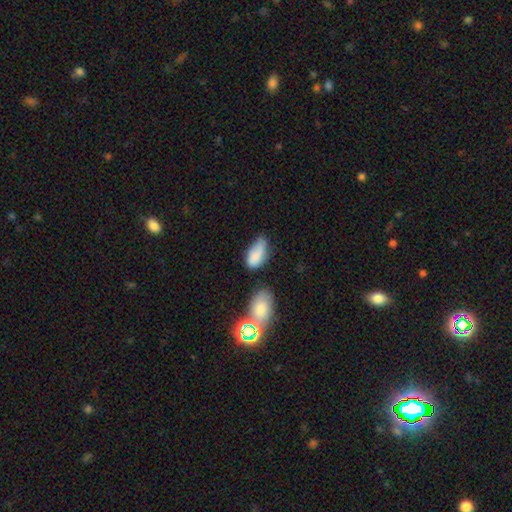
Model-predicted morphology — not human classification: Q: Smooth or featured?
A: smooth (80%); runner-up: featured or disk (11%)
Q: How rounded?
A: in between (92%); runner-up: cigar-shaped (5%)
Q: Merging?
A: minor disturbance (39%); runner-up: none (37%)